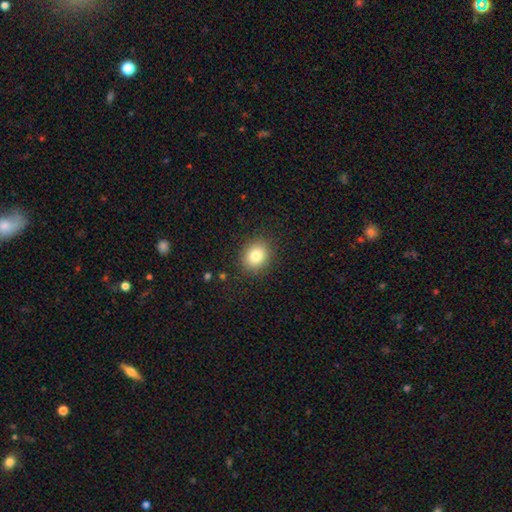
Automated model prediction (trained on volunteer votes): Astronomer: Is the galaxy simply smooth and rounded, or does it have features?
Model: smooth — 82%.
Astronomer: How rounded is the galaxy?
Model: round — 60% (runner-up: in between, 39%).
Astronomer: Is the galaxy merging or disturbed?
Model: none — 88%.